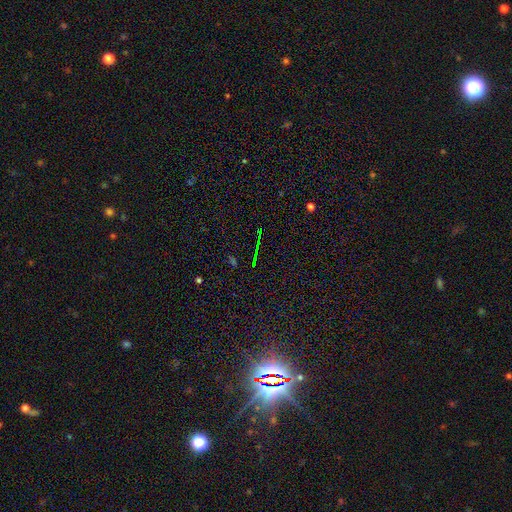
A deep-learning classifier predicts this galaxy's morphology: The model was most divided on "smooth or featured": star or artifact: 73%, smooth: 14%, featured or disk: 13%.